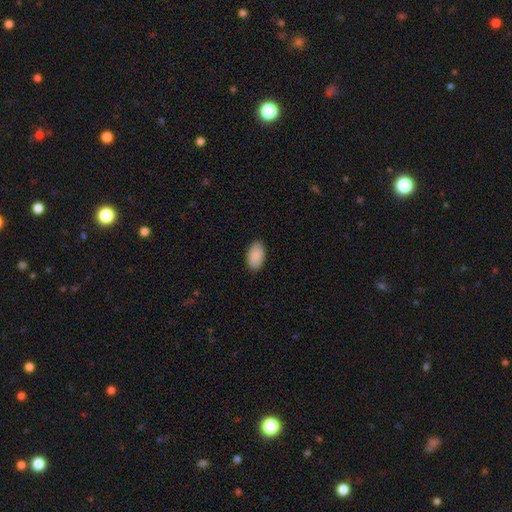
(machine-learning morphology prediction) This is clearly a smooth galaxy (91%). How rounded: clearly in between (95%). Merging: clearly none (88%).